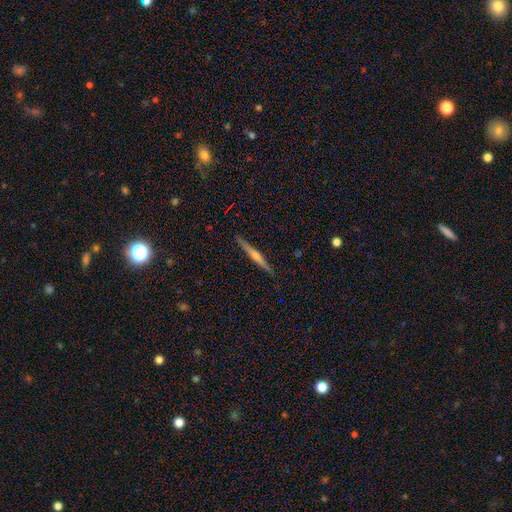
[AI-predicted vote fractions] Overall: featured or disk (70%). Edge-on disk: yes (98%). Edge-on bulge: rounded (75%). Merging: none (92%).